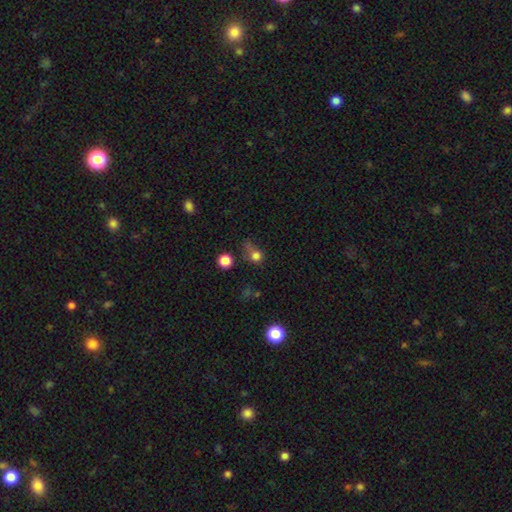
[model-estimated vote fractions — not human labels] This appears to be a smooth galaxy with no disk features (75%) that is round (78%). Merging: none (41%).